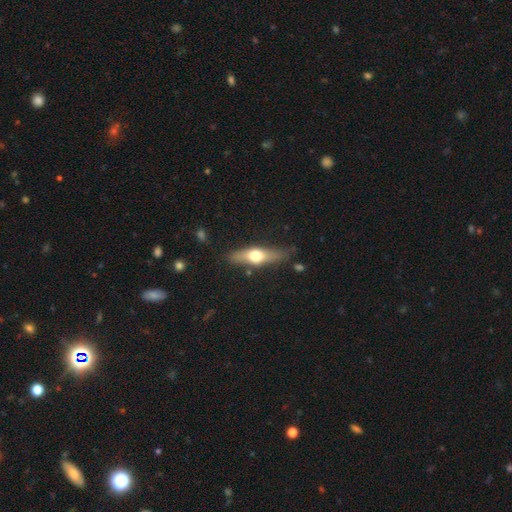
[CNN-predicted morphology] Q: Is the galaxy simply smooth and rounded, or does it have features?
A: featured or disk — 48%.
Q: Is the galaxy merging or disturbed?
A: none — 77%.